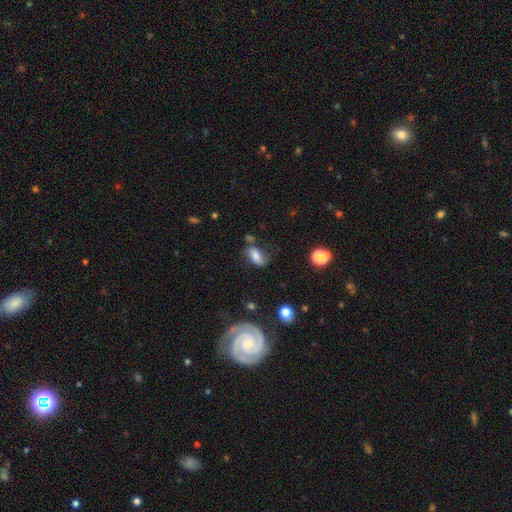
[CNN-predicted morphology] This appears to be a smooth galaxy with no disk features (69%) that is in between round and cigar-shaped (88%). Merging: none (55%).